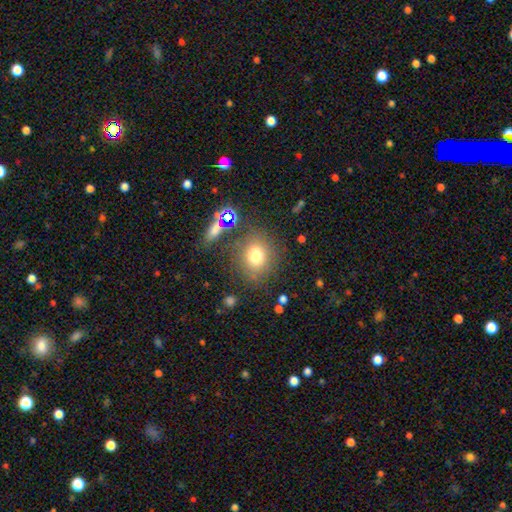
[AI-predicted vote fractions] Smooth or featured? Predicted: smooth (p=0.73). How rounded? Predicted: round (p=0.69). Merging? Predicted: none (p=0.78).